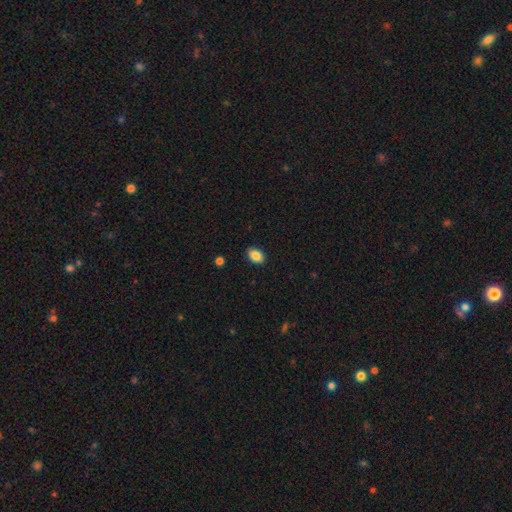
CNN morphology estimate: Smooth or featured?
  - smooth: 87% *
  - star or artifact: 8%
  - featured or disk: 5%
How rounded?
  - in between: 83% *
  - round: 16%
  - cigar-shaped: 1%
Merging?
  - none: 88% *
  - minor disturbance: 9%
  - major disturbance: 2%
  - merger: 1%